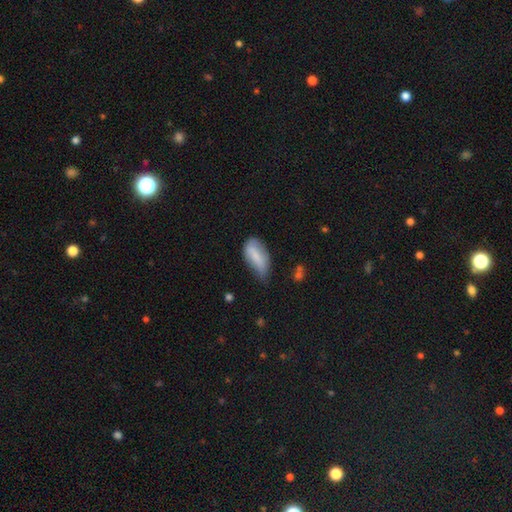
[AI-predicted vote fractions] Morphology: type=smooth (75%); roundness=in between (87%); merging=minor disturbance (46%).